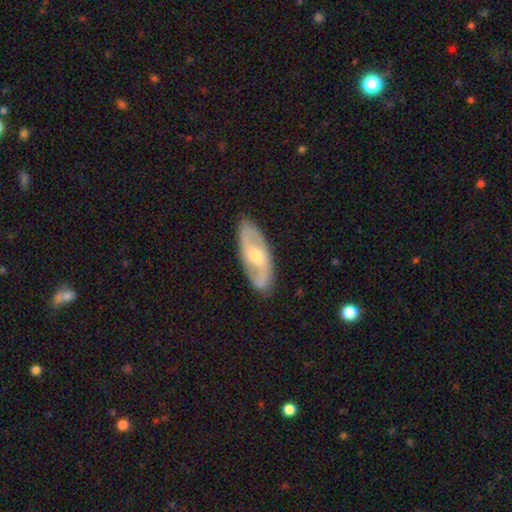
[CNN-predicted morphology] This is likely a featured or disk galaxy (72%). It is clearly not viewed edge-on (86%). Bar: marginally no (44%). Spiral arm pattern: likely yes (76%). Central bulge: likely moderate (68%). Merging: clearly none (86%).